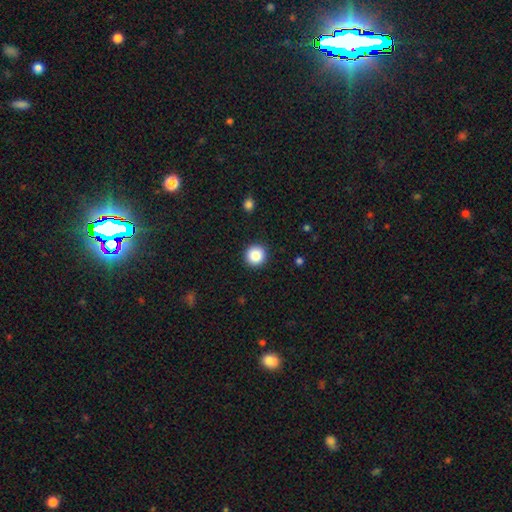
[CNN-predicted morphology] This appears to be a smooth galaxy with no disk features (87%) that is round (94%). Merging: none (92%).